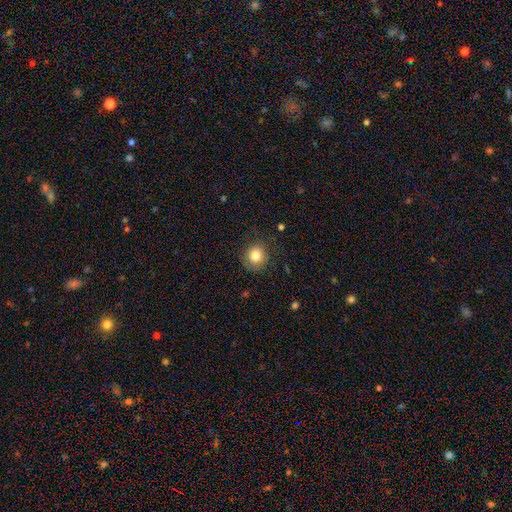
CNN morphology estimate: Smooth or featured?
  - smooth: 82% *
  - star or artifact: 11%
  - featured or disk: 8%
How rounded?
  - round: 90% *
  - in between: 9%
  - cigar-shaped: 1%
Merging?
  - none: 84% *
  - minor disturbance: 11%
  - major disturbance: 3%
  - merger: 1%